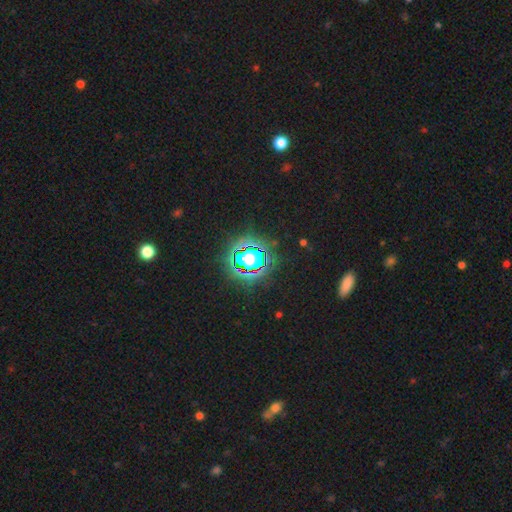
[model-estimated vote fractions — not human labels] Smooth or featured? star or artifact (83%)